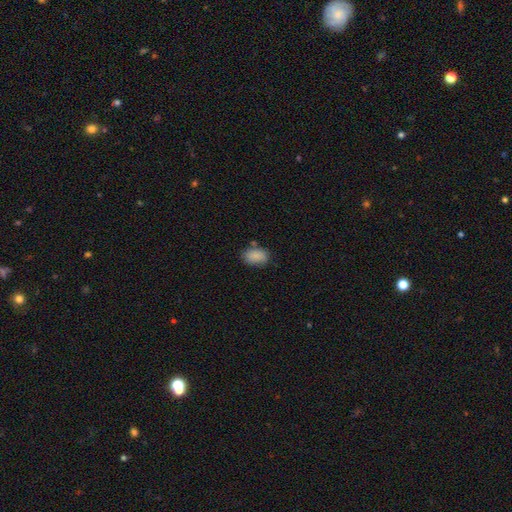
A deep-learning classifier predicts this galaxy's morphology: Smooth or featured?
  - smooth: 88% *
  - star or artifact: 8%
  - featured or disk: 5%
How rounded?
  - in between: 85% *
  - round: 13%
  - cigar-shaped: 1%
Merging?
  - none: 75% *
  - minor disturbance: 17%
  - merger: 5%
  - major disturbance: 4%